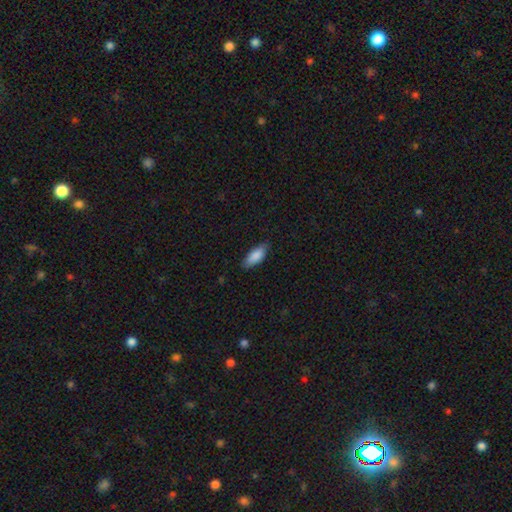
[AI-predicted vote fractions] Overall: smooth (86%). How rounded: in between (76%). Merging: none (82%).